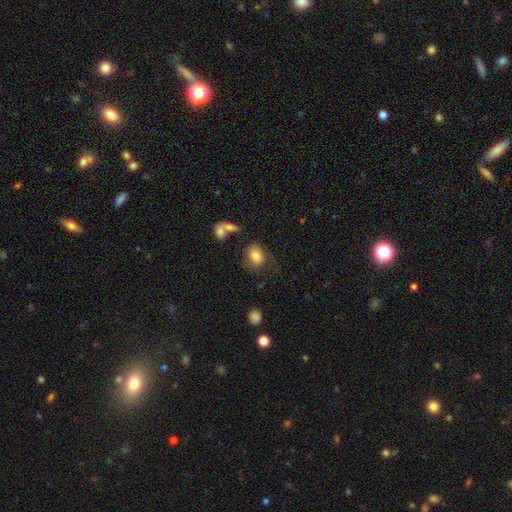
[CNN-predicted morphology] smooth-or-featured: smooth: 79% | featured or disk: 12% | star or artifact: 9%
  how-rounded: in between: 65% | round: 33% | cigar-shaped: 1%
  merging: none: 53% | minor disturbance: 24% | major disturbance: 16% | merger: 7%